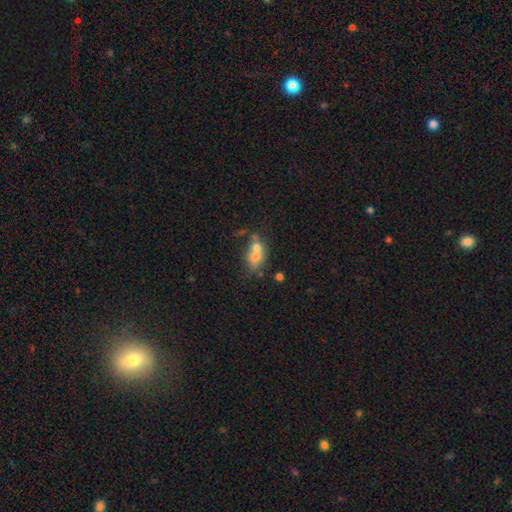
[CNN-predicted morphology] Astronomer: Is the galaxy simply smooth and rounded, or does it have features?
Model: smooth — 63%.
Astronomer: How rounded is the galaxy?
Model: in between — 61% (runner-up: round, 36%).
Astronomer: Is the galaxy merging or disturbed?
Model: merger — 55%.